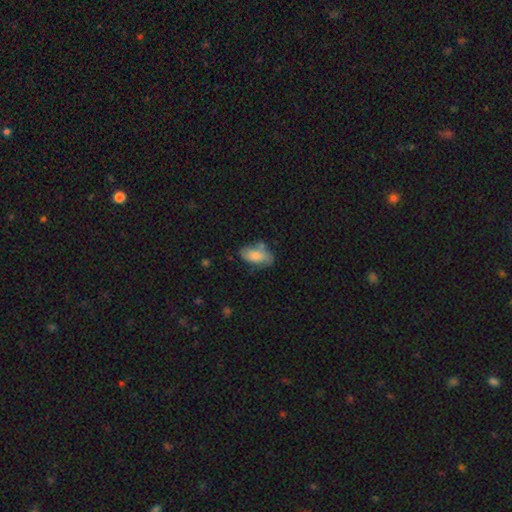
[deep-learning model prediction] smooth_or_featured: smooth (p=0.75) [alt: featured or disk p=0.18]
how_rounded: in between (p=0.91) [alt: cigar-shaped p=0.05]
merging: none (p=0.57) [alt: minor disturbance p=0.26]